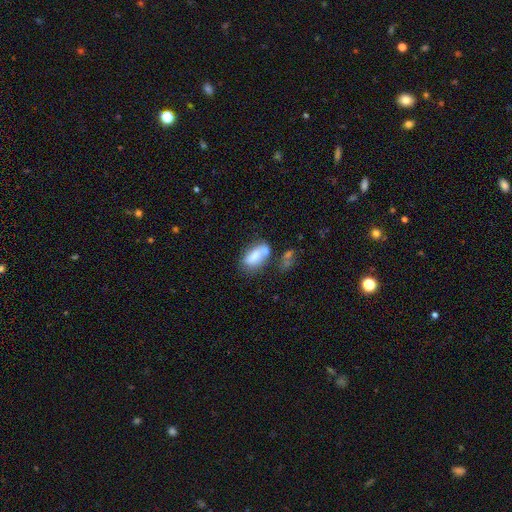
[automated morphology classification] type=smooth (68%); roundness=in between (88%); merging=none (41%).